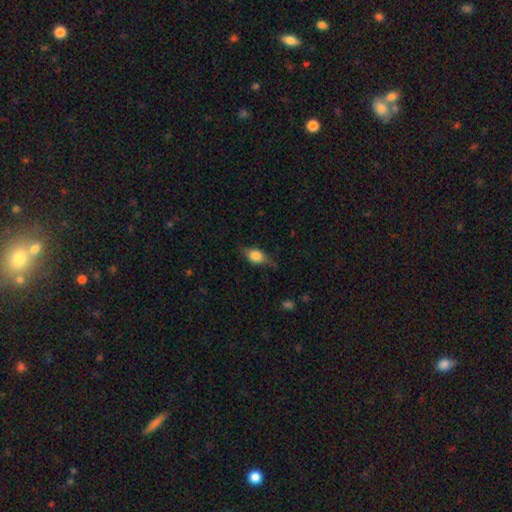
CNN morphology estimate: Smooth or featured? Predicted: smooth (p=0.70). How rounded? Predicted: in between (p=0.77). Merging? Predicted: none (p=0.65).